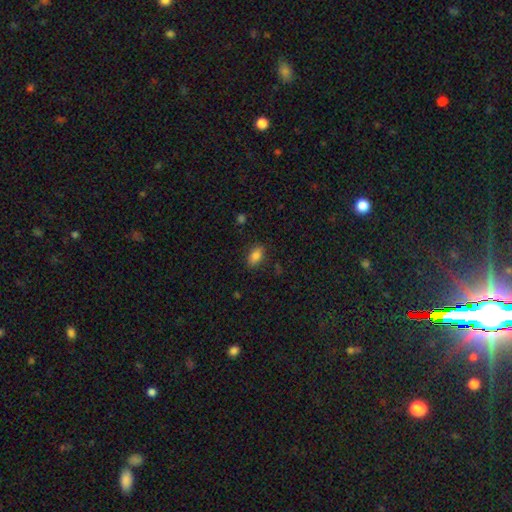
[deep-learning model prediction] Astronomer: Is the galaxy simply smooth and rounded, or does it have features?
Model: smooth — 83%.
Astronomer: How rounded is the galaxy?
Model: in between — 89%.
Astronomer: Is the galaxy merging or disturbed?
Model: none — 86%.